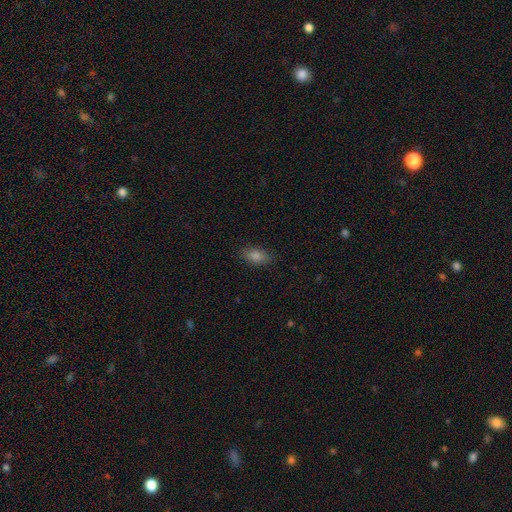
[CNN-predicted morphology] smooth 77%, star or artifact 12%, featured or disk 10%. Down the decision tree: how rounded — in between (85%); merging — none (86%).